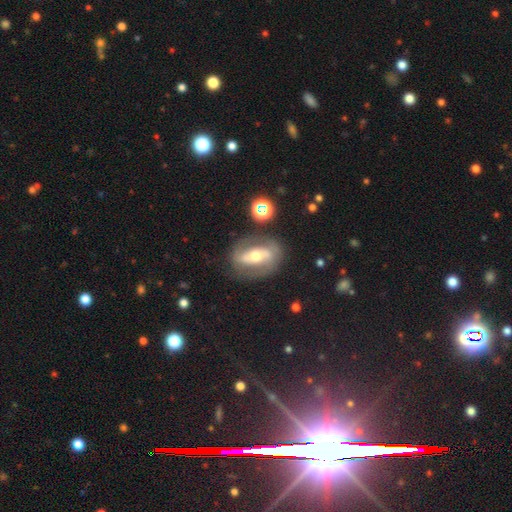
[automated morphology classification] smooth_or_featured: featured or disk (p=0.74) [alt: smooth p=0.19]
disk_edge_on: no (p=0.92) [alt: yes p=0.08]
bar: strong (p=0.46) [alt: no p=0.28]
has_spiral_arms: yes (p=0.72) [alt: no p=0.28]
bulge_size: moderate (p=0.63) [alt: small p=0.28]
merging: none (p=0.74) [alt: minor disturbance p=0.15]